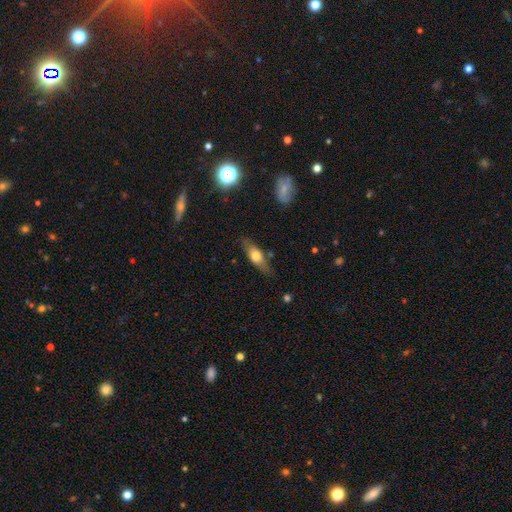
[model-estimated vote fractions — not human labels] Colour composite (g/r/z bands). It shows a smooth galaxy with no disk features (57%) that is in between round and cigar-shaped (56%). Merging: none (75%).